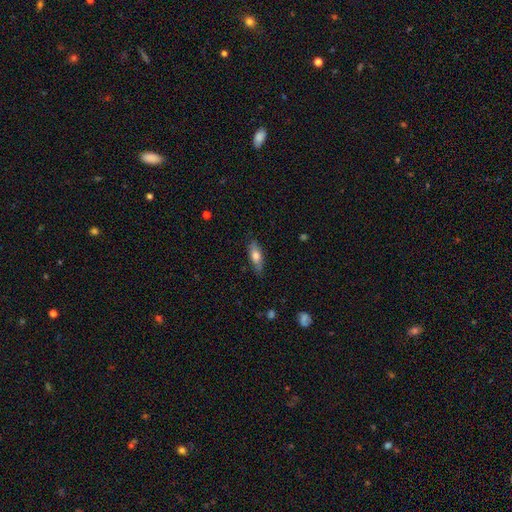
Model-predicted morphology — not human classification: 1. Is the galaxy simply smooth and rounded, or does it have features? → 72% smooth, 22% featured or disk, 6% star or artifact.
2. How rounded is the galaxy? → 66% in between, 32% cigar-shaped, 3% round.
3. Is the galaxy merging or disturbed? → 80% none, 16% minor disturbance, 3% major disturbance, 1% merger.